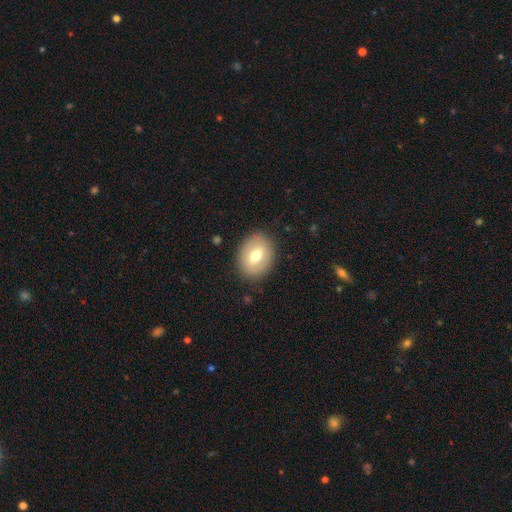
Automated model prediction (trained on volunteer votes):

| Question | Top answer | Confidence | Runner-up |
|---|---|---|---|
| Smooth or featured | smooth | 63% | featured or disk (30%) |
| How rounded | in between | 62% | round (37%) |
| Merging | none | 85% | minor disturbance (10%) |